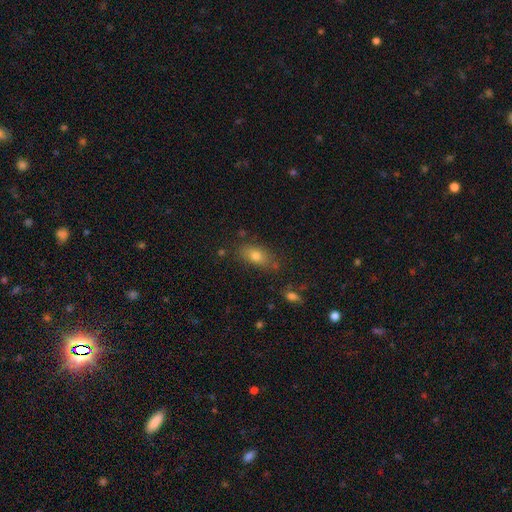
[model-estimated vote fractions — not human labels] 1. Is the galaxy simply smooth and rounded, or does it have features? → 75% smooth, 13% featured or disk, 11% star or artifact.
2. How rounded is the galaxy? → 81% in between, 11% round, 9% cigar-shaped.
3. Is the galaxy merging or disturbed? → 74% none, 17% minor disturbance, 5% merger, 5% major disturbance.